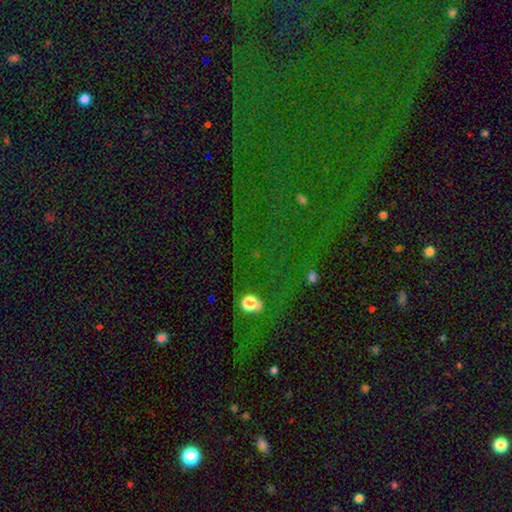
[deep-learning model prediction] Overall: star or artifact (79%).